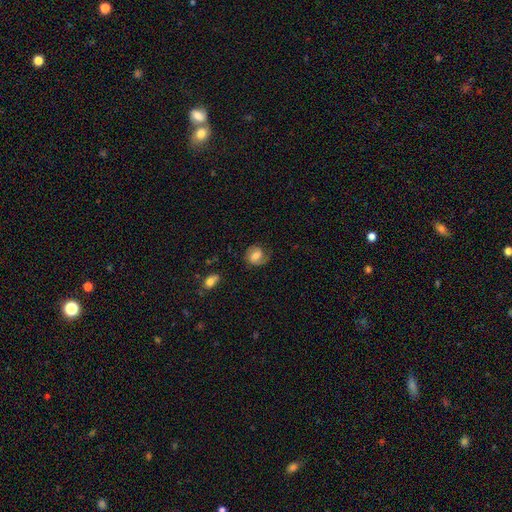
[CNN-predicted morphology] Q: Smooth or featured?
A: featured or disk (56%); runner-up: smooth (36%)
Q: Edge-on disk?
A: no (97%); runner-up: yes (3%)
Q: Bar?
A: weak (47%); runner-up: no (36%)
Q: Spiral arms?
A: yes (89%); runner-up: no (11%)
Q: Bulge size?
A: moderate (52%); runner-up: small (22%)
Q: Merging?
A: none (67%); runner-up: minor disturbance (21%)